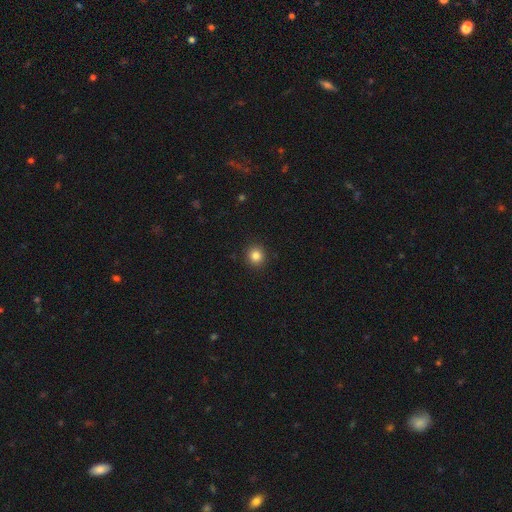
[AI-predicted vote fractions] Morphology: type=smooth (84%); roundness=round (90%); merging=none (92%).